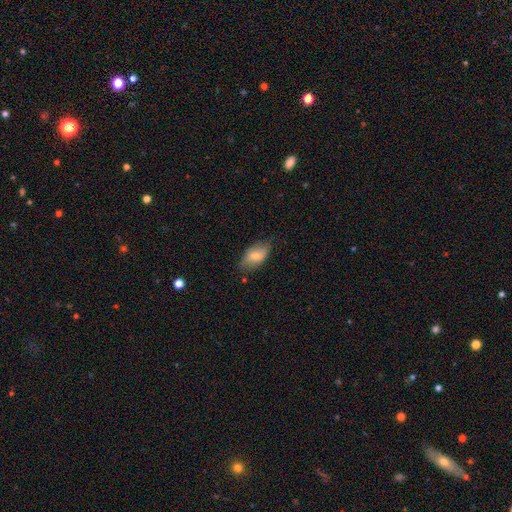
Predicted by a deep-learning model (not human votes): Q: Smooth or featured?
A: smooth (68%); runner-up: featured or disk (25%)
Q: How rounded?
A: in between (91%); runner-up: round (6%)
Q: Merging?
A: none (68%); runner-up: minor disturbance (25%)